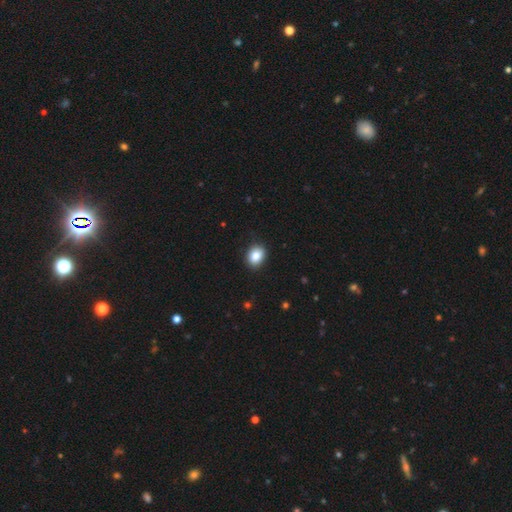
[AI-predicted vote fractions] Smooth or featured? smooth (85%)
How rounded? in between (55%)
Merging? none (88%)